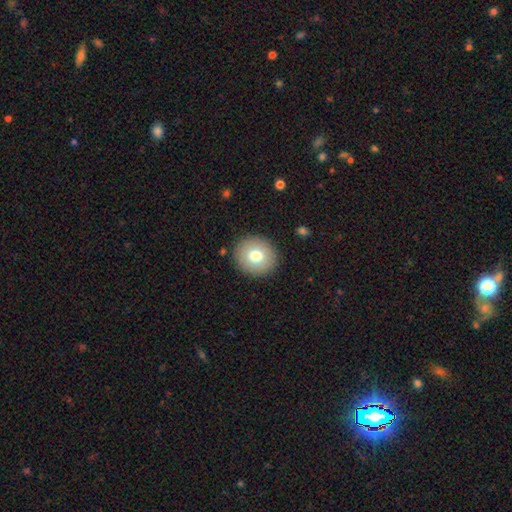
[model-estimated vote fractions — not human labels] smooth_or_featured: smooth (p=0.75) [alt: featured or disk p=0.16]
how_rounded: round (p=0.88) [alt: in between p=0.12]
merging: none (p=0.90) [alt: minor disturbance p=0.07]